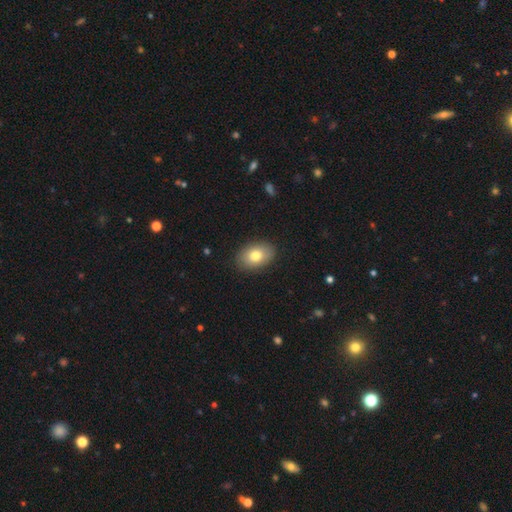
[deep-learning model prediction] A smooth galaxy with no disk features (78%) that is in between round and cigar-shaped (85%). Merging: none (87%).